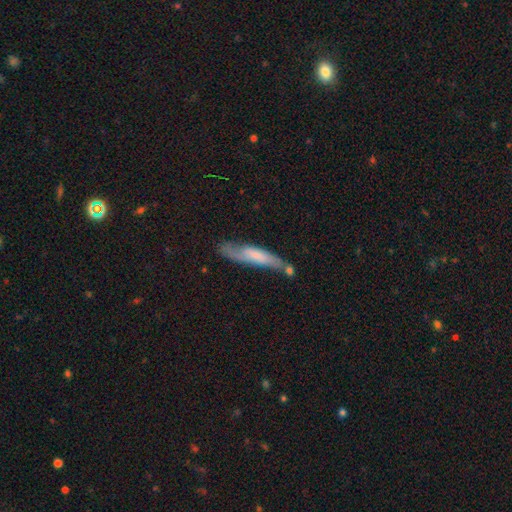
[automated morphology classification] Smooth or featured? Predicted: featured or disk (p=0.47). Merging? Predicted: none (p=0.57).